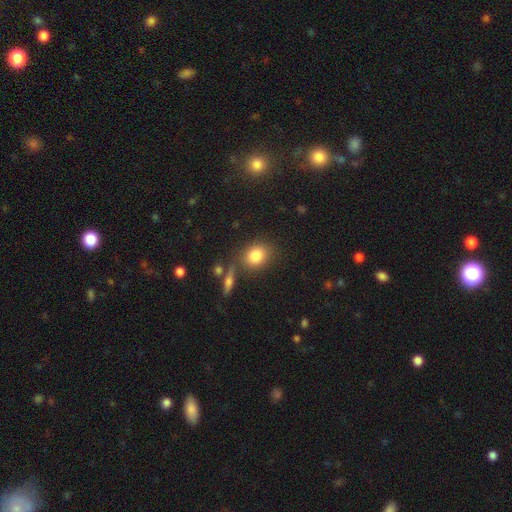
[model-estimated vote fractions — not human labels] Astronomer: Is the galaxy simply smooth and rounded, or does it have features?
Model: smooth — 81%.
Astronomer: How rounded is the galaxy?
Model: round — 56% (runner-up: in between, 42%).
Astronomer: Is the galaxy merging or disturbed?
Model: none — 73%.